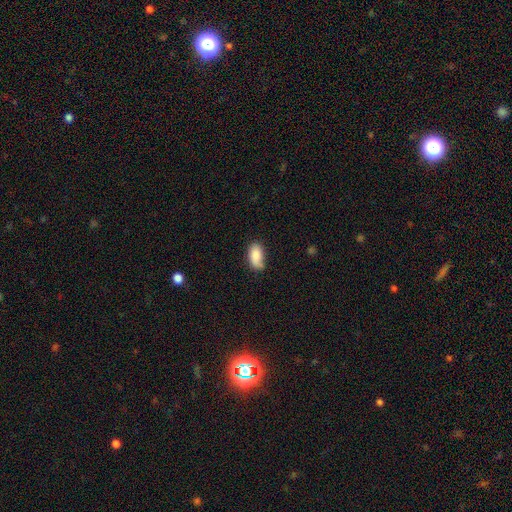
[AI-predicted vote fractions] Smooth or featured: smooth — 84% (featured or disk — 8%)
How rounded: in between — 93% (round — 4%)
Merging: none — 59% (minor disturbance — 30%)